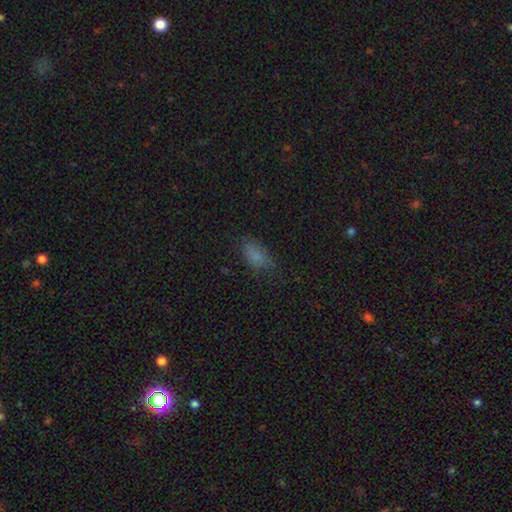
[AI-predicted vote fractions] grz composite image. It shows a smooth galaxy with no disk features (79%) that is in between round and cigar-shaped (89%). Merging: none (65%).